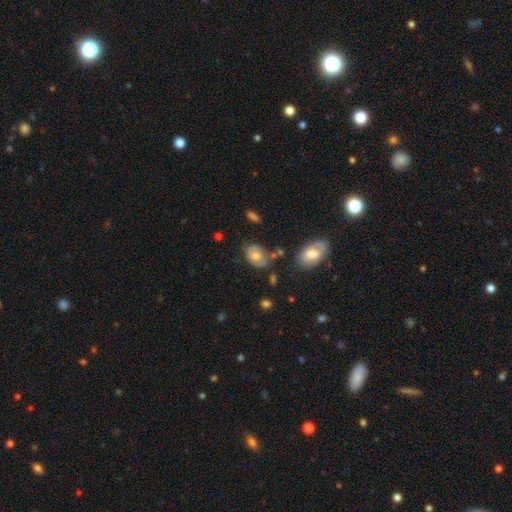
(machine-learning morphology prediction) This appears to be a smooth galaxy with no disk features (58%) that is in between round and cigar-shaped (76%). Merging: none (57%).